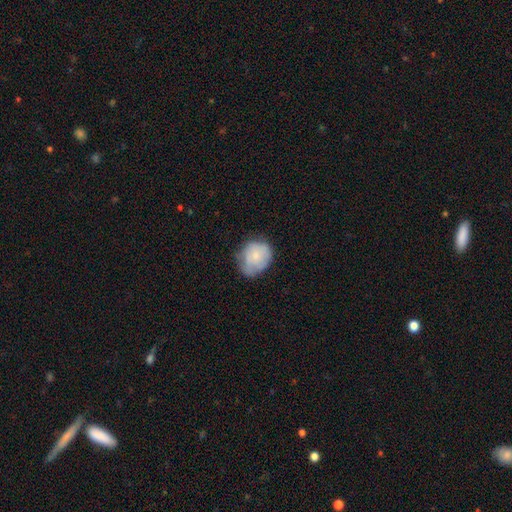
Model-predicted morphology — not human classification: Overall: smooth (69%). How rounded: round (64%; in between 35%). Merging: none (52%; minor disturbance 35%).